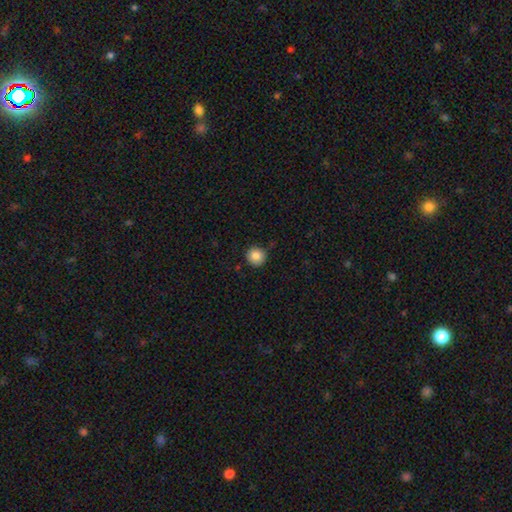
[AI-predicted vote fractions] Morphology: type=smooth (84%); roundness=round (94%); merging=none (88%).